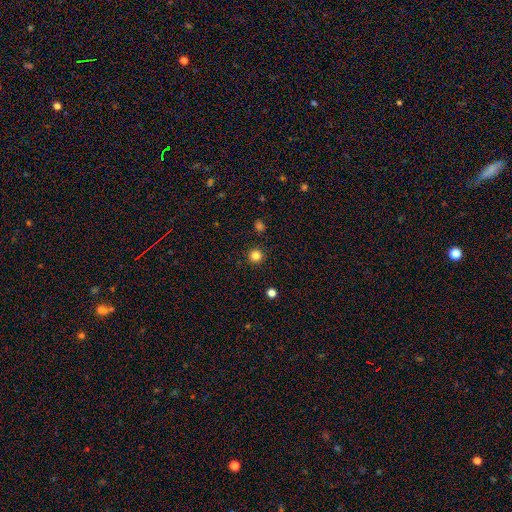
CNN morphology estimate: The model was most divided on "smooth or featured": smooth: 83%, star or artifact: 13%, featured or disk: 4%. More confident: how rounded — round (95%); merging — none (92%).